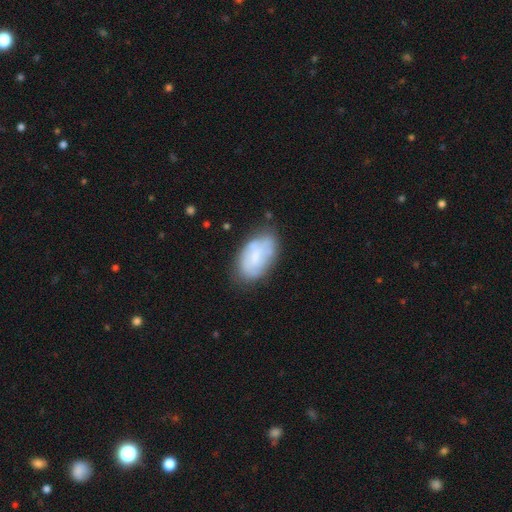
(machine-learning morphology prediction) This is possibly a smooth galaxy (51%). How rounded: clearly in between (93%). Merging: likely none (62%).